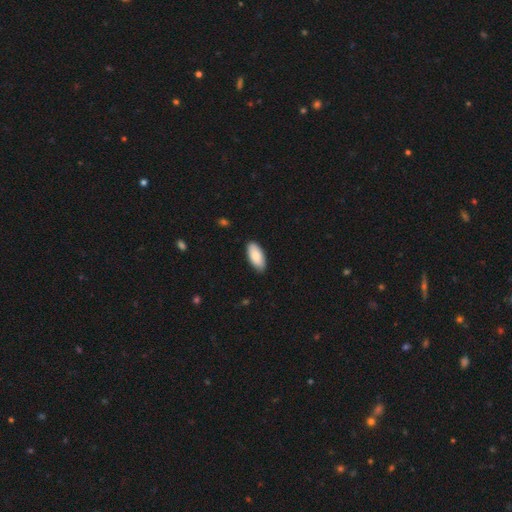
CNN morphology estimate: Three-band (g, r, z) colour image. It shows a smooth galaxy with no disk features (84%) that is in between round and cigar-shaped (91%). Merging: none (86%).